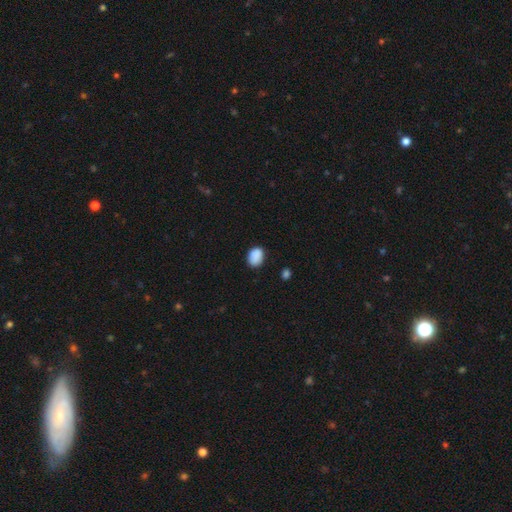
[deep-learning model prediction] smooth 88%, star or artifact 8%, featured or disk 4%. Down the decision tree: how rounded — in between (69%); merging — none (78%).